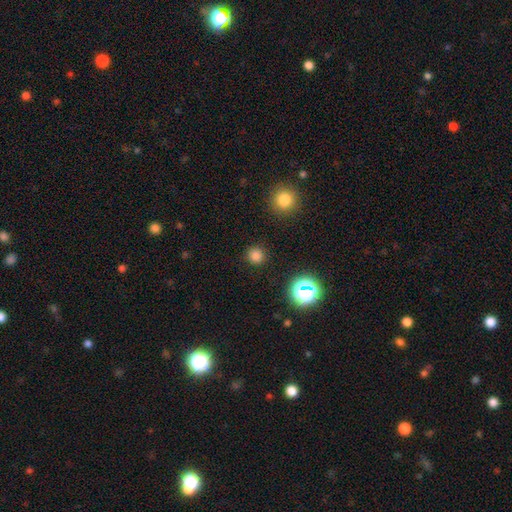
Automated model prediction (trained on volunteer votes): smooth_or_featured: smooth (p=0.77) [alt: star or artifact p=0.19]
how_rounded: round (p=0.94) [alt: in between p=0.05]
merging: none (p=0.90) [alt: minor disturbance p=0.06]